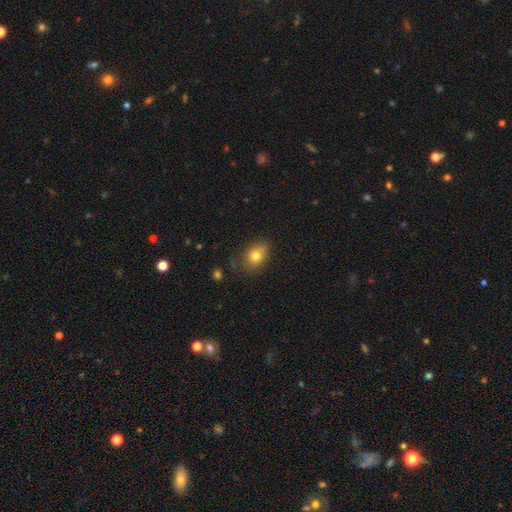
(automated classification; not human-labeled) Morphology: type=smooth (78%); roundness=in between (63%); merging=none (68%).